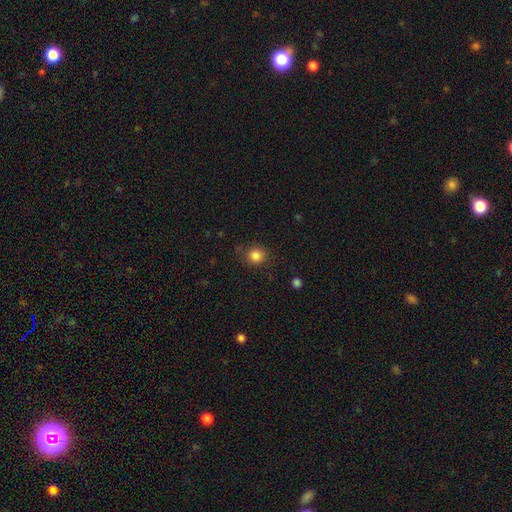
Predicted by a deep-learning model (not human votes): smooth 84%, star or artifact 11%, featured or disk 5%. Down the decision tree: how rounded — round (86%); merging — none (81%).